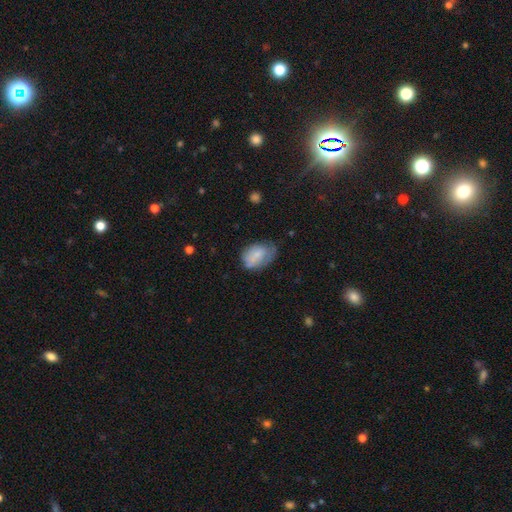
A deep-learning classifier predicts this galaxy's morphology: This is likely a smooth galaxy (67%). How rounded: clearly in between (85%). Merging: marginally none (43%).